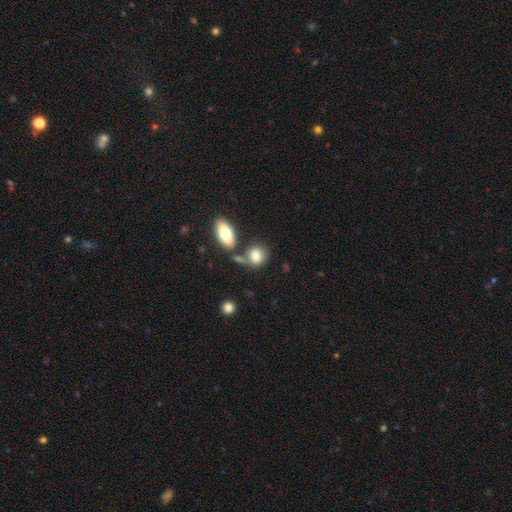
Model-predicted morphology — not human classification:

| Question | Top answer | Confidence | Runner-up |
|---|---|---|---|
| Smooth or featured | smooth | 81% | featured or disk (11%) |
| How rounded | round | 54% | in between (44%) |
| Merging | none | 56% | merger (26%) |